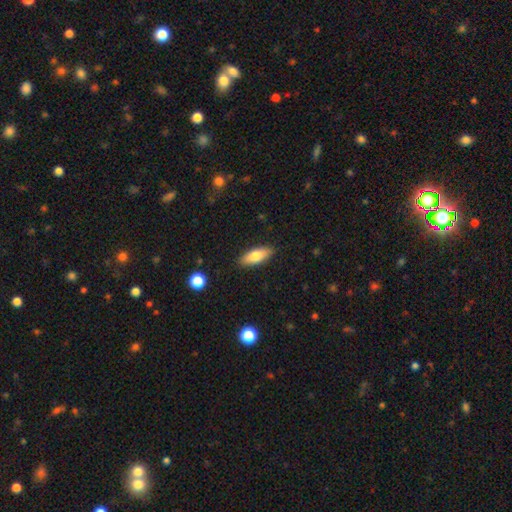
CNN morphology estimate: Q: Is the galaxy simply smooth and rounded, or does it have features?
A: smooth — 75%.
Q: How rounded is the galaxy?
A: in between — 69%.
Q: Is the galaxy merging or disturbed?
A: none — 88%.